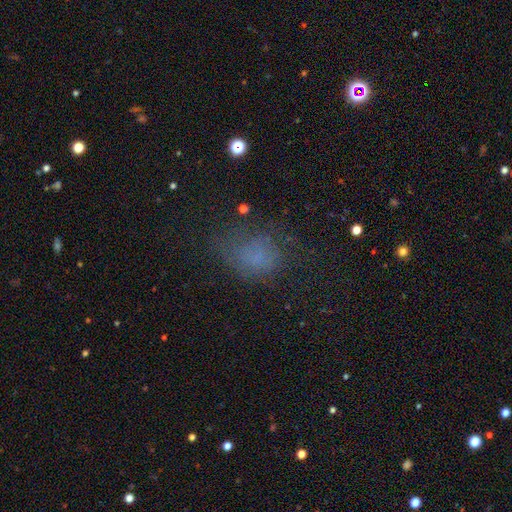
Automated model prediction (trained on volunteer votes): smooth 61%, star or artifact 22%, featured or disk 17%. Down the decision tree: how rounded — in between (55%); merging — none (52%).